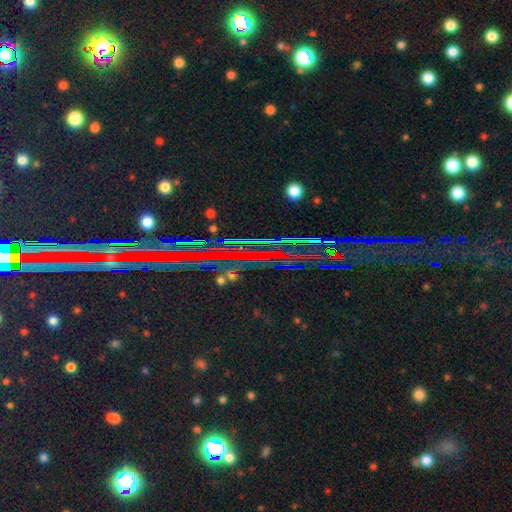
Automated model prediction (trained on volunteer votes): smooth_or_featured: star or artifact (p=0.83) [alt: featured or disk p=0.09]